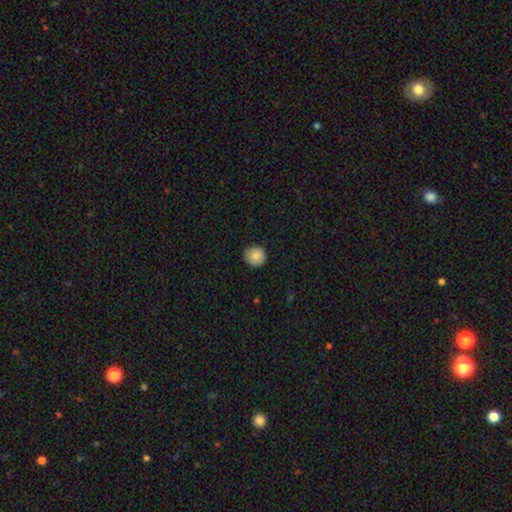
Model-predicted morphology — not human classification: Smooth or featured: smooth — 84% (star or artifact — 8%)
How rounded: round — 89% (in between — 10%)
Merging: none — 83% (minor disturbance — 14%)